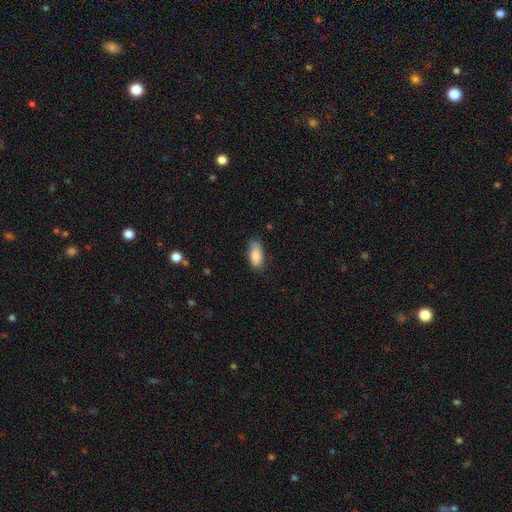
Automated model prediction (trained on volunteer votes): This appears to be a smooth galaxy with no disk features (84%) that is in between round and cigar-shaped (92%). Merging: none (72%).